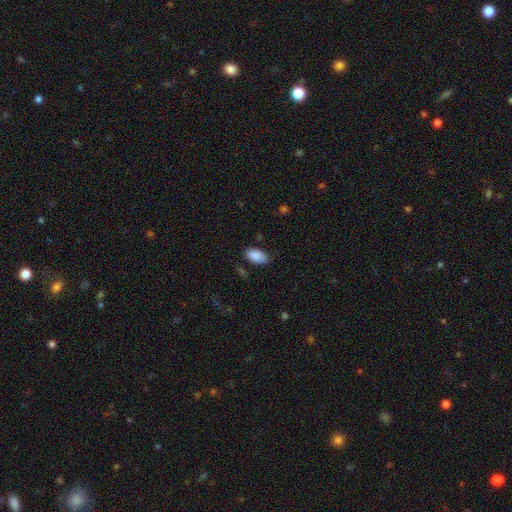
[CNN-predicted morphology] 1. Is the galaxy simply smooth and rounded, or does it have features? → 89% smooth, 7% star or artifact, 4% featured or disk.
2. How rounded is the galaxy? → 94% in between, 4% round, 2% cigar-shaped.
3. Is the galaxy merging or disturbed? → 76% none, 18% minor disturbance, 4% major disturbance, 2% merger.